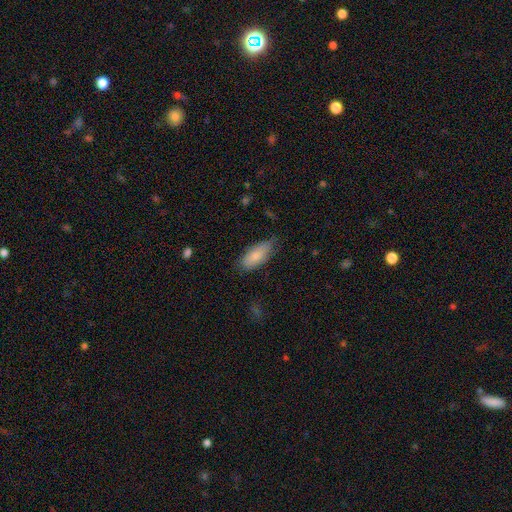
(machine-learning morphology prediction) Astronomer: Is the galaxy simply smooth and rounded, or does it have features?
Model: smooth — 82%.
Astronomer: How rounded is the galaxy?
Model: in between — 84%.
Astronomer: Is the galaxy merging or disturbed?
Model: none — 68%.